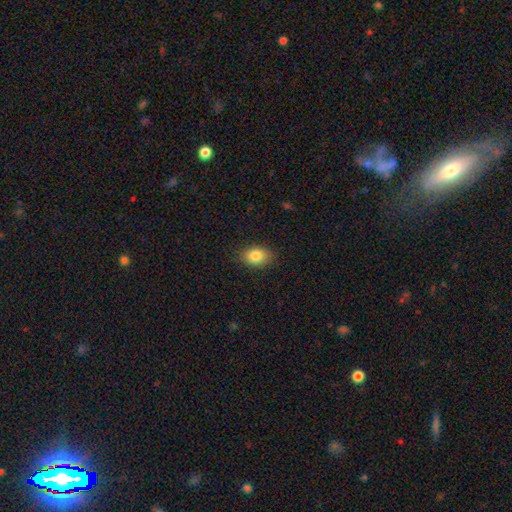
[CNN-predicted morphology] smooth_or_featured: smooth (p=0.85) [alt: star or artifact p=0.08]
how_rounded: in between (p=0.79) [alt: round p=0.20]
merging: none (p=0.86) [alt: minor disturbance p=0.10]